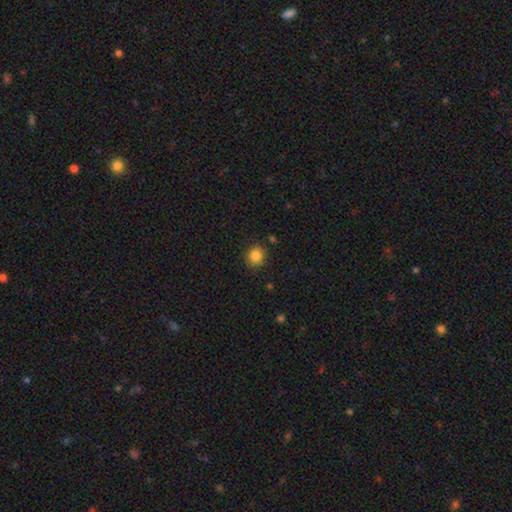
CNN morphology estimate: A smooth galaxy with no disk features (85%) that is round (85%). Merging: none (89%).